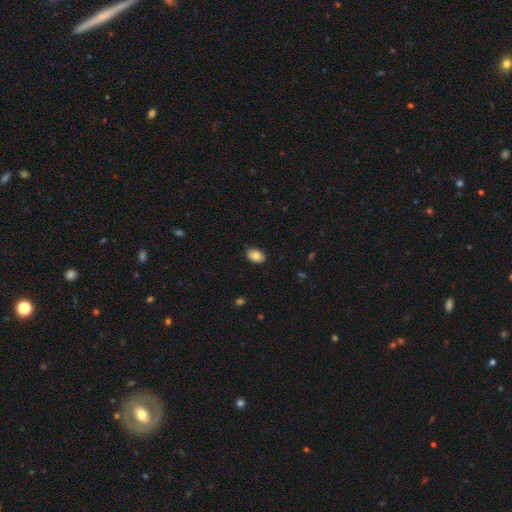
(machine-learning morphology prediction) Smooth or featured? Predicted: smooth (p=0.79). How rounded? Predicted: in between (p=0.83). Merging? Predicted: none (p=0.81).